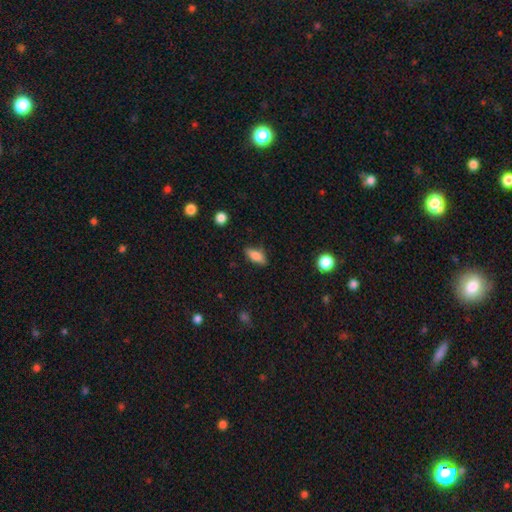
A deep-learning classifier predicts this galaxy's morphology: This is likely a smooth galaxy (78%). How rounded: likely in between (78%). Merging: likely none (80%).